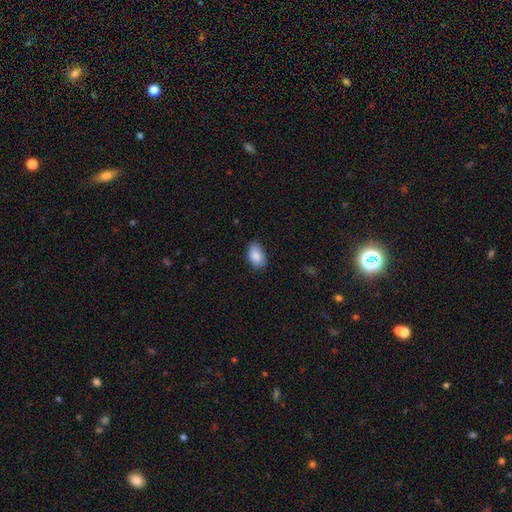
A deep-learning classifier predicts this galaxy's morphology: This appears to be a smooth galaxy with no disk features (88%) that is in between round and cigar-shaped (92%). Merging: none (78%).